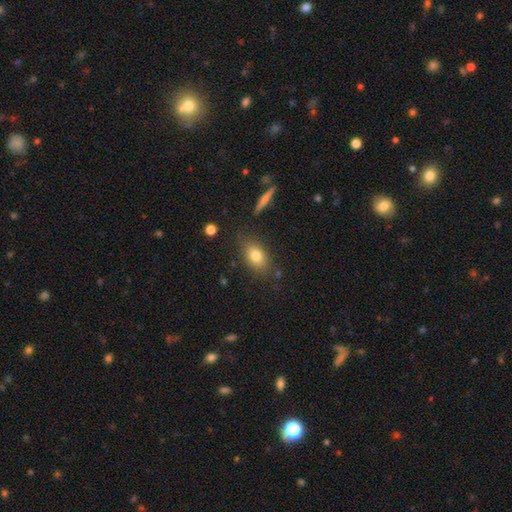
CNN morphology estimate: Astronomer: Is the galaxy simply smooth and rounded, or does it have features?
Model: smooth — 78%.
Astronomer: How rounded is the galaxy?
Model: in between — 81%.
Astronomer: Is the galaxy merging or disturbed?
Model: none — 77%.